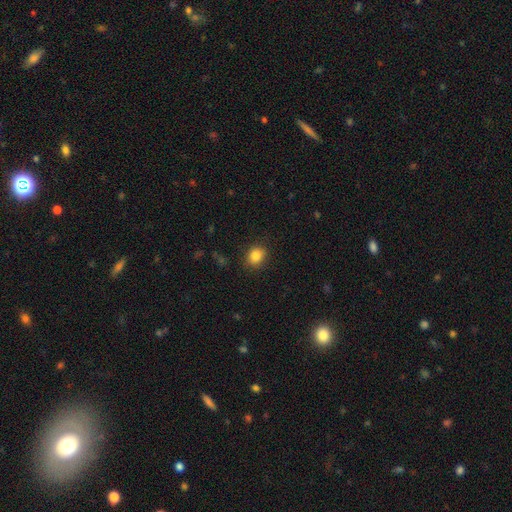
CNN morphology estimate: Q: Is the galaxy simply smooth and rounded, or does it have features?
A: smooth — 84%.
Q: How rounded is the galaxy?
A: round — 66%.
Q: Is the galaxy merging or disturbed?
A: none — 87%.